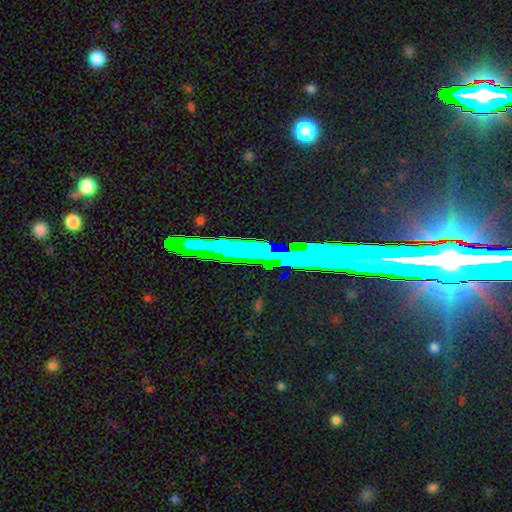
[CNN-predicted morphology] A star or artifact, not a galaxy (67%).

Vote fractions:
- Smooth or featured? star or artifact: 67% / smooth: 18% / featured or disk: 15%